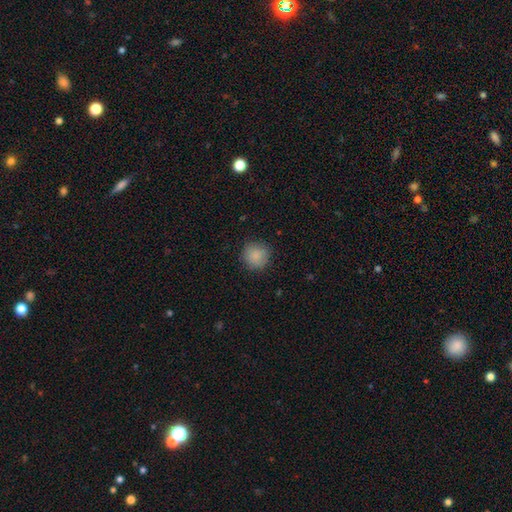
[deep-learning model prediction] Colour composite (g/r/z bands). It shows a smooth galaxy with no disk features (87%) that is round (92%). Merging: none (85%).